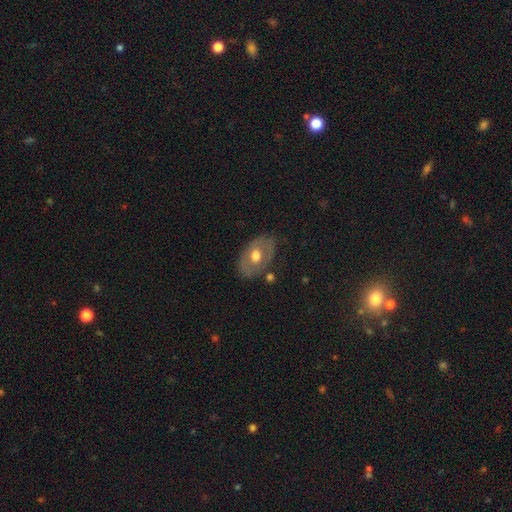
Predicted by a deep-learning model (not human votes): smooth_or_featured: featured or disk (p=0.48) [alt: smooth p=0.46]
merging: none (p=0.74) [alt: minor disturbance p=0.17]